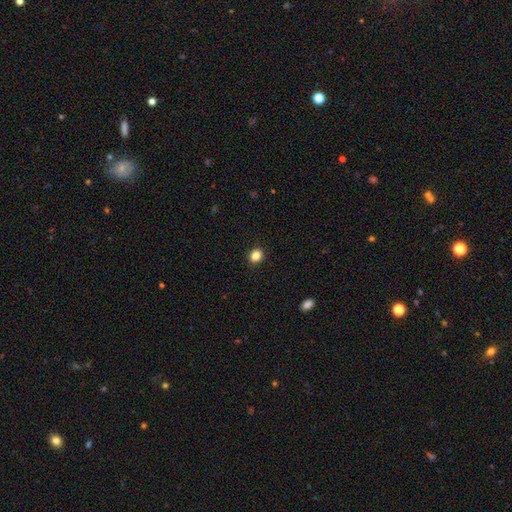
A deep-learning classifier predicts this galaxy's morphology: Smooth or featured? Predicted: smooth (p=0.85). How rounded? Predicted: round (p=0.72). Merging? Predicted: none (p=0.92).